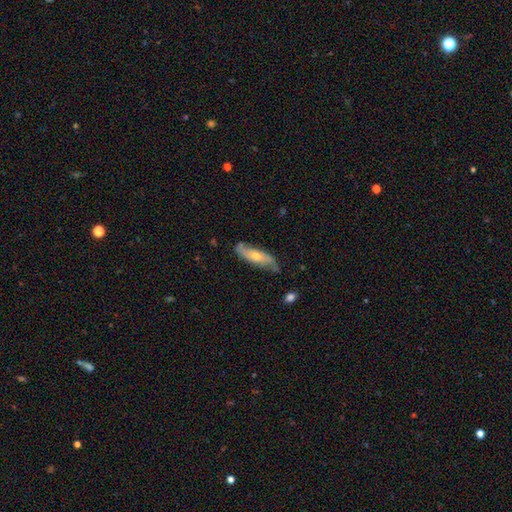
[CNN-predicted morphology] smooth-or-featured: featured or disk: 54% | smooth: 39% | star or artifact: 7%
  disk-edge-on: no: 62% | yes: 38%
  merging: none: 75% | minor disturbance: 19% | major disturbance: 4% | merger: 2%